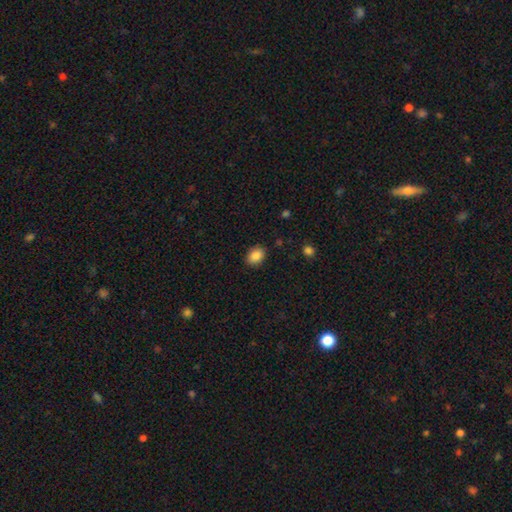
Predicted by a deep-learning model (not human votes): smooth_or_featured: smooth (p=0.87) [alt: star or artifact p=0.09]
how_rounded: in between (p=0.64) [alt: round p=0.35]
merging: none (p=0.87) [alt: minor disturbance p=0.09]